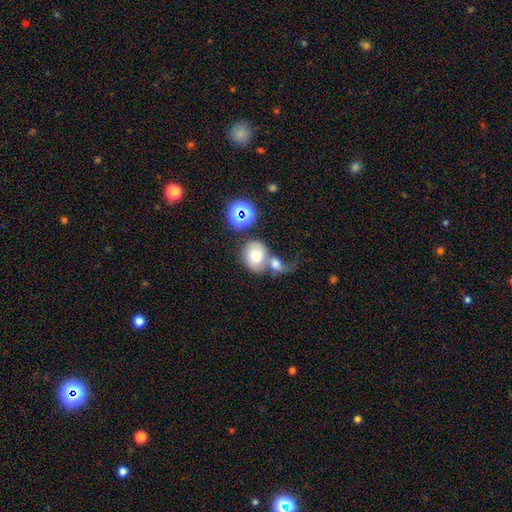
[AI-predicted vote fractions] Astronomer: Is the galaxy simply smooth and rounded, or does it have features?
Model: smooth — 65%.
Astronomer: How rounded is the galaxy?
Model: round — 53% (runner-up: in between, 46%).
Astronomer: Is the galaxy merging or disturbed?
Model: merger — 50% (runner-up: none, 29%).